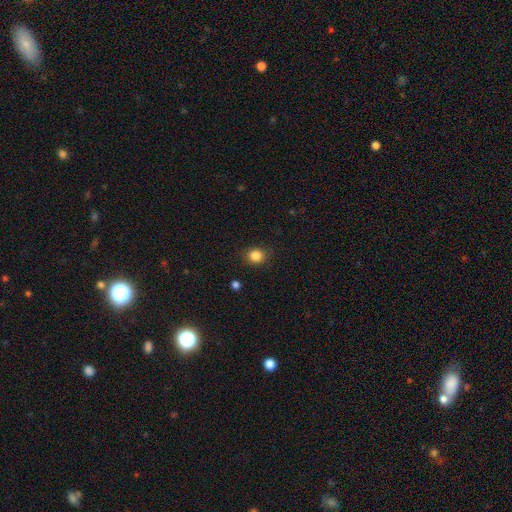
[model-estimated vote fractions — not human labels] This appears to be a smooth galaxy with no disk features (84%) that is round (68%). Merging: none (83%).